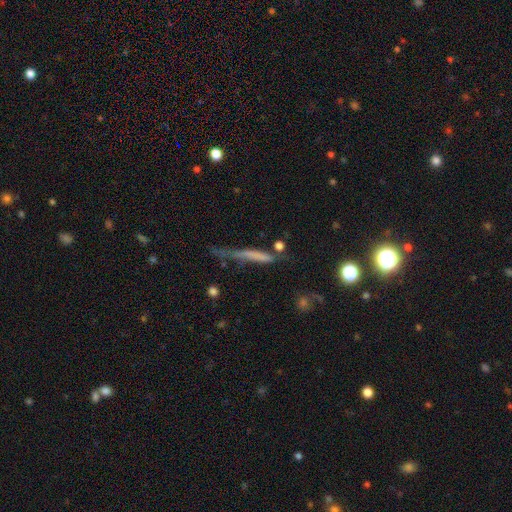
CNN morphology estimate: Smooth or featured? Predicted: smooth (p=0.52). How rounded? Predicted: cigar-shaped (p=0.90). Merging? Predicted: none (p=0.42).